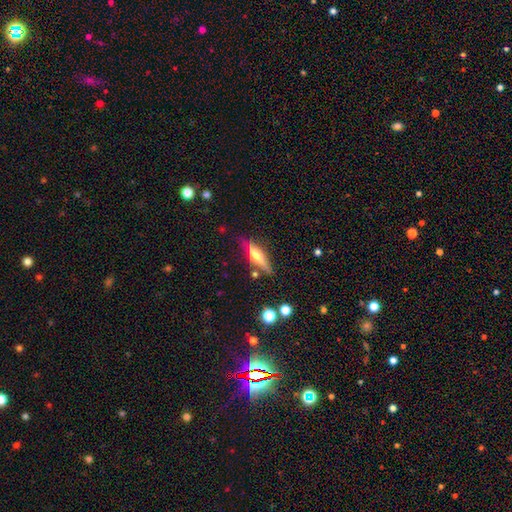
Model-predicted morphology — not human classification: Smooth or featured: smooth — 47% (featured or disk — 46%)
Merging: none — 69% (minor disturbance — 19%)